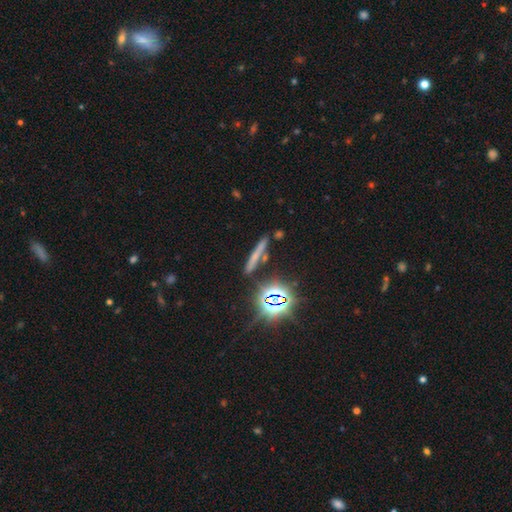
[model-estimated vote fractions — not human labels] A smooth galaxy with no disk features (49%).

Vote fractions:
- Smooth or featured? smooth: 49% / star or artifact: 28% / featured or disk: 23%
- Merging? none: 79% / minor disturbance: 11% / merger: 7% / major disturbance: 3%